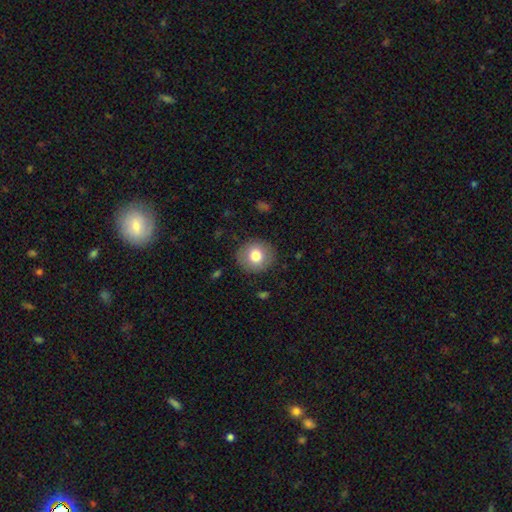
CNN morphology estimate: This appears to be a smooth galaxy with no disk features (76%) that is round (90%). Merging: none (89%).